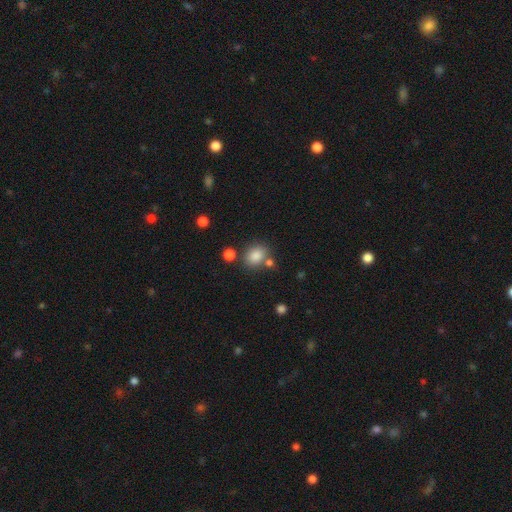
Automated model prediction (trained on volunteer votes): This is clearly a smooth galaxy (84%). How rounded: possibly in between (52%). Merging: likely none (69%).